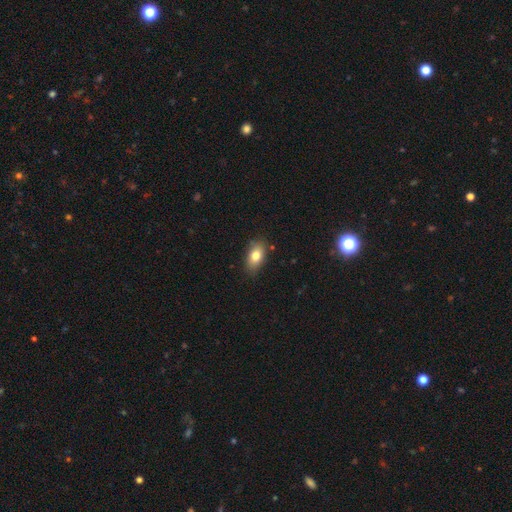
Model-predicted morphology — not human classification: smooth-or-featured: smooth: 80% | featured or disk: 12% | star or artifact: 8%
  how-rounded: in between: 88% | round: 8% | cigar-shaped: 3%
  merging: none: 81% | minor disturbance: 14% | major disturbance: 3% | merger: 2%